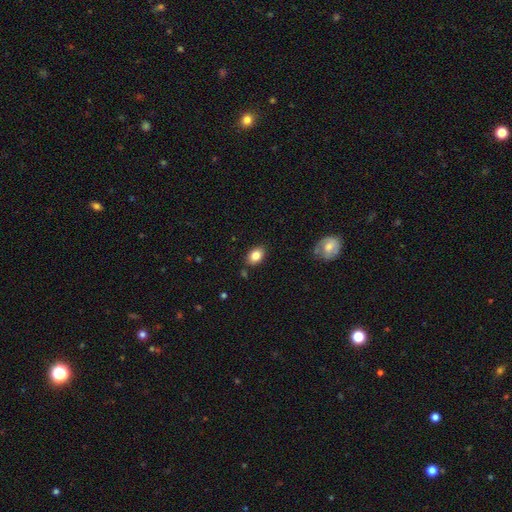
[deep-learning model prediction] Smooth or featured? Predicted: smooth (p=0.84). How rounded? Predicted: in between (p=0.81). Merging? Predicted: none (p=0.83).